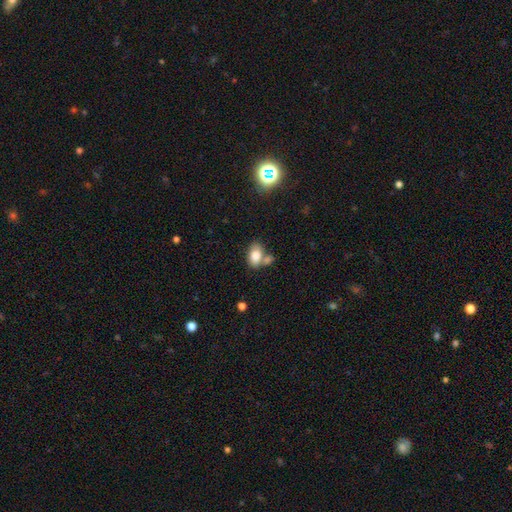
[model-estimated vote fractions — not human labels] This is clearly a smooth galaxy (82%). How rounded: clearly in between (85%). Merging: marginally none (44%).